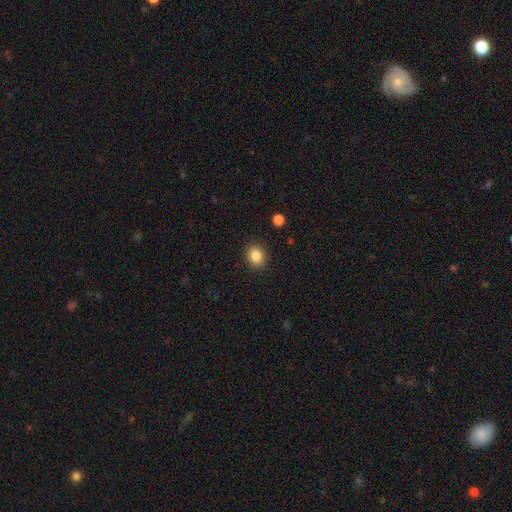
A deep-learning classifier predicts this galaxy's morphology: type=smooth (85%); roundness=round (66%); merging=none (89%).